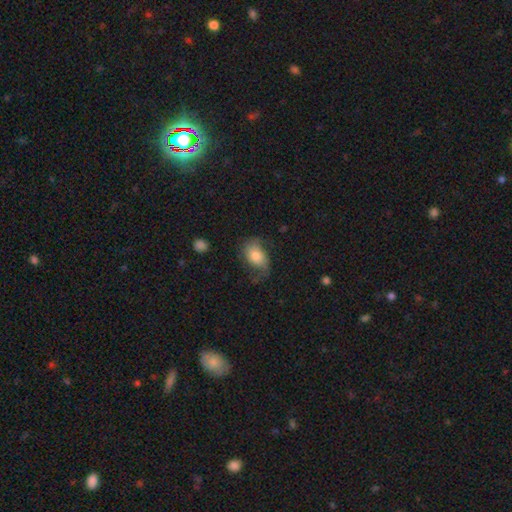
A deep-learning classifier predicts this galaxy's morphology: The model was most divided on "merging": none: 48%, minor disturbance: 28%, major disturbance: 22%, merger: 2%. More confident: how rounded — in between (83%); smooth or featured — smooth (62%).